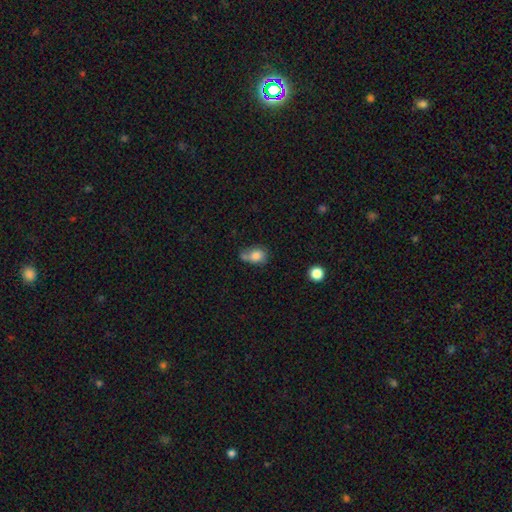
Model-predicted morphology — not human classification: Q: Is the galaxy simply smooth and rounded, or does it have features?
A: smooth — 78%.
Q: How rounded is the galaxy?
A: in between — 56%.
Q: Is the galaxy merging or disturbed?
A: none — 37%.